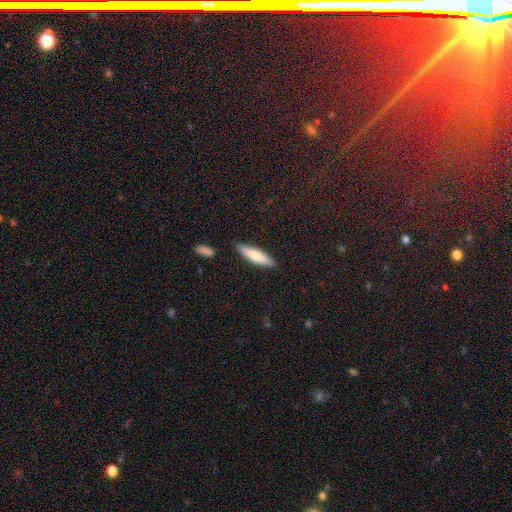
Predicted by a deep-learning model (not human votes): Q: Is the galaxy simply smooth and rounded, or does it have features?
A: smooth — 74%.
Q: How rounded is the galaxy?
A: cigar-shaped — 70%.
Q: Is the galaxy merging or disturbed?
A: none — 87%.